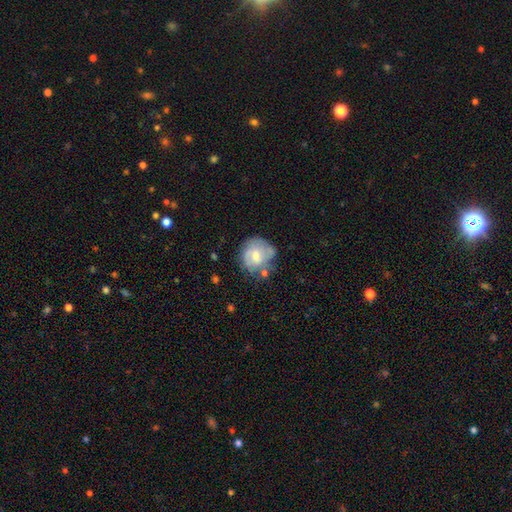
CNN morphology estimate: The model was most divided on "smooth or featured": featured or disk: 51%, smooth: 42%, star or artifact: 7%. More confident: edge-on disk — no (97%); merging — none (55%).